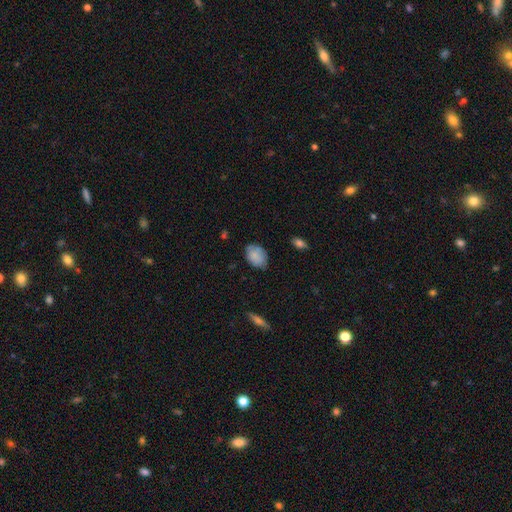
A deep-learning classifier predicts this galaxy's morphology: A smooth galaxy with no disk features (79%) that is in between round and cigar-shaped (81%).

Vote fractions:
- Smooth or featured? smooth: 79% / featured or disk: 14% / star or artifact: 8%
- How rounded? in between: 81% / round: 18% / cigar-shaped: 1%
- Merging? none: 70% / minor disturbance: 24% / major disturbance: 5% / merger: 2%